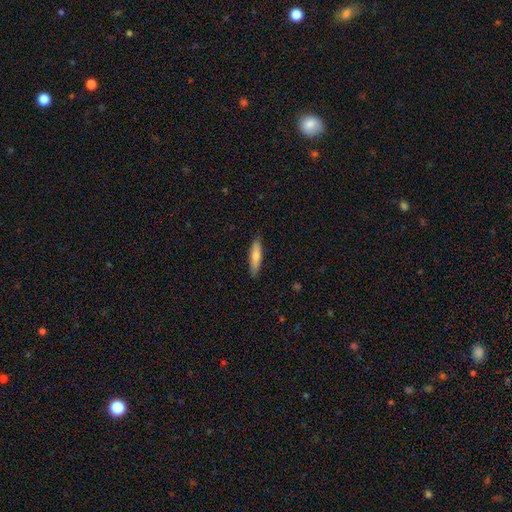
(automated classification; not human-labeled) Smooth or featured?
  - smooth: 73% *
  - featured or disk: 21%
  - star or artifact: 6%
How rounded?
  - cigar-shaped: 80% *
  - in between: 19%
  - round: 2%
Merging?
  - none: 89% *
  - minor disturbance: 8%
  - major disturbance: 2%
  - merger: 1%